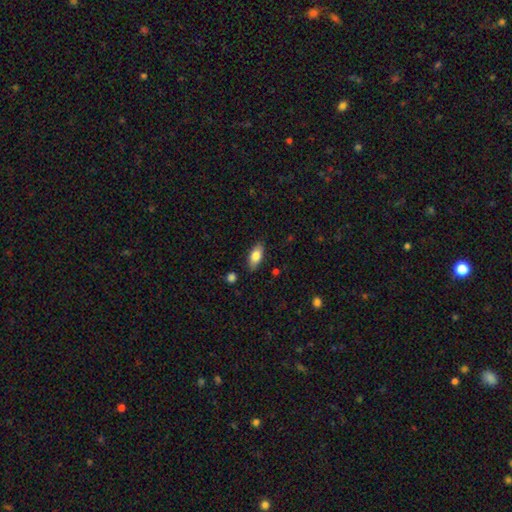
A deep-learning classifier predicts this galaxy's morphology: A smooth galaxy with no disk features (79%) that is in between round and cigar-shaped (86%).

Vote fractions:
- Smooth or featured? smooth: 79% / featured or disk: 14% / star or artifact: 7%
- How rounded? in between: 86% / cigar-shaped: 11% / round: 3%
- Merging? none: 85% / minor disturbance: 11% / major disturbance: 2% / merger: 2%